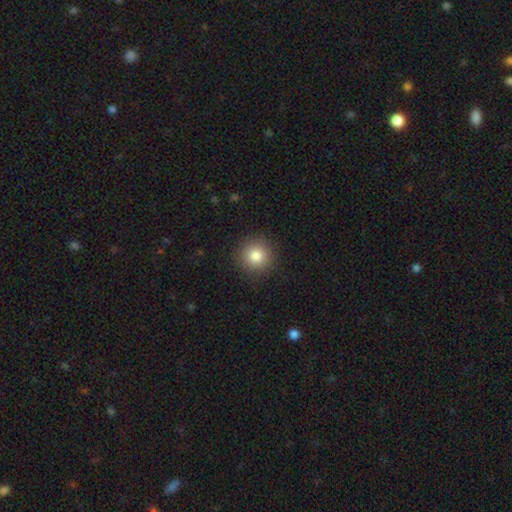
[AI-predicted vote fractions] Overall: smooth (82%). How rounded: round (95%). Merging: none (91%).